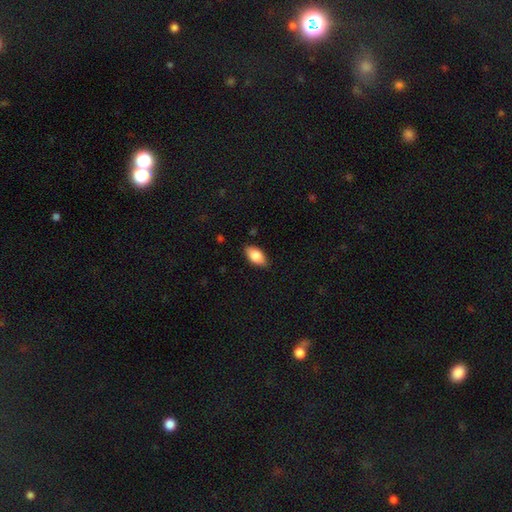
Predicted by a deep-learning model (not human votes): A smooth galaxy with no disk features (83%) that is in between round and cigar-shaped (92%). Merging: none (85%).